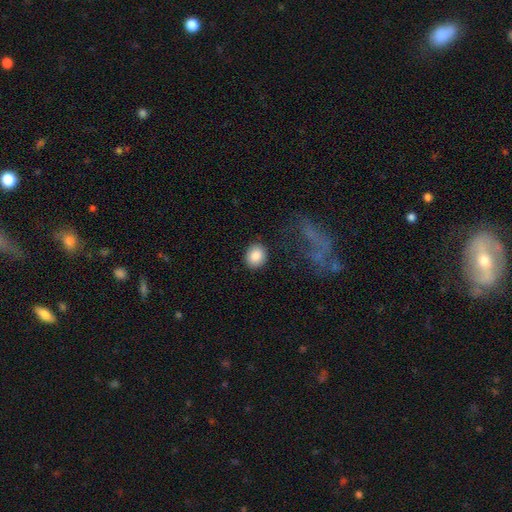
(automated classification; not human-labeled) A smooth galaxy with no disk features (87%) that is round (66%). Merging: none (87%).